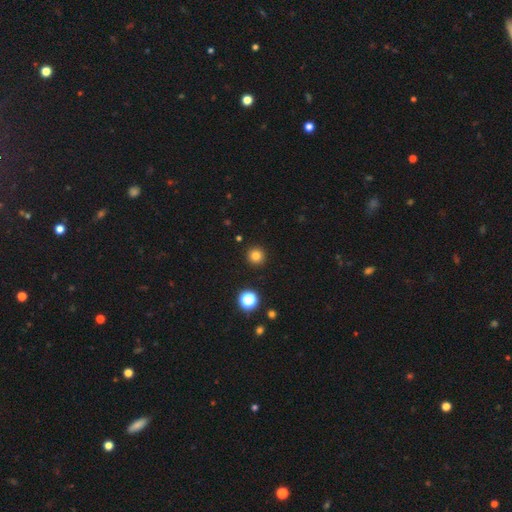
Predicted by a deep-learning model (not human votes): Smooth or featured?
  - smooth: 80% *
  - star or artifact: 14%
  - featured or disk: 6%
How rounded?
  - round: 95% *
  - in between: 4%
  - cigar-shaped: 1%
Merging?
  - none: 92% *
  - minor disturbance: 5%
  - major disturbance: 2%
  - merger: 1%